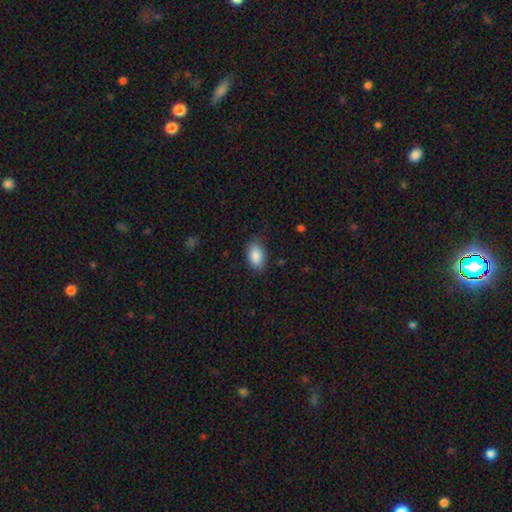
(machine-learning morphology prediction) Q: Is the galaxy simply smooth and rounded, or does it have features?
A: smooth — 87%.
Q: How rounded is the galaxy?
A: in between — 93%.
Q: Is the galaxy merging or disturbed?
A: none — 83%.